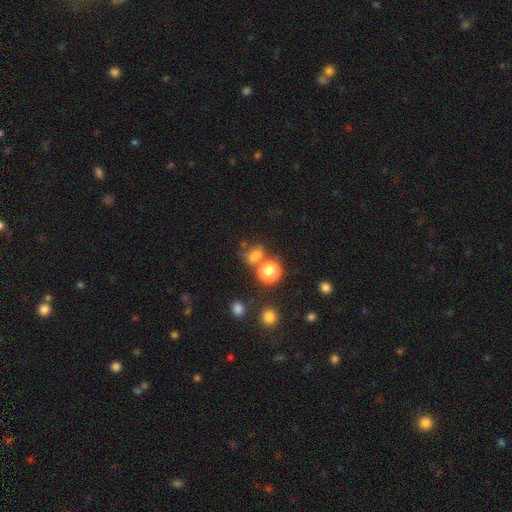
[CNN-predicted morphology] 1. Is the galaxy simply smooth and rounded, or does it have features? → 60% smooth, 28% star or artifact, 11% featured or disk.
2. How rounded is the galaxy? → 56% round, 42% in between, 2% cigar-shaped.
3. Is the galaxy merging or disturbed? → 50% none, 25% merger, 15% minor disturbance, 10% major disturbance.